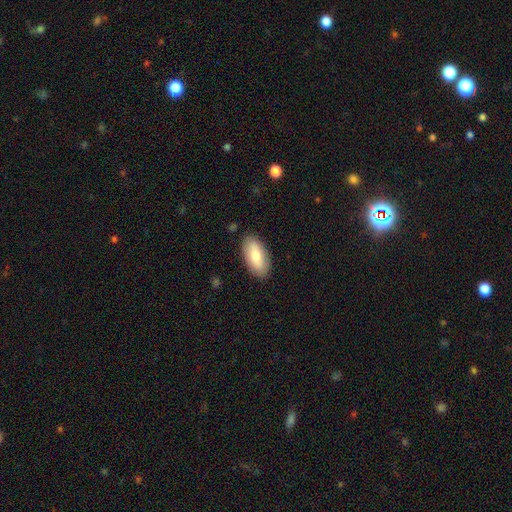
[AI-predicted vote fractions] This is likely a smooth galaxy (77%). How rounded: clearly in between (91%). Merging: clearly none (87%).